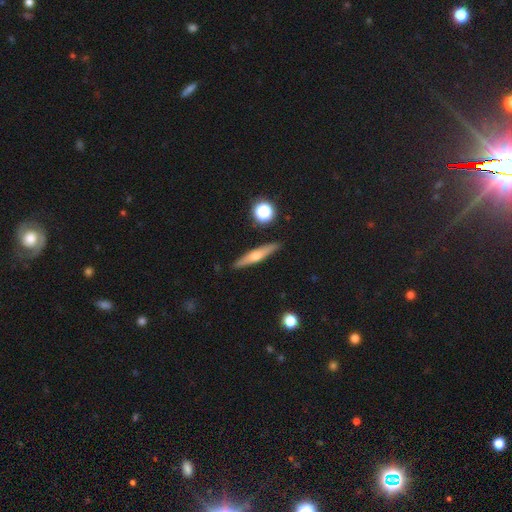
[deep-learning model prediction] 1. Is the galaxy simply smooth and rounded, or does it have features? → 56% featured or disk, 37% smooth, 8% star or artifact.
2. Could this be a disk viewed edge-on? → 95% yes, 5% no.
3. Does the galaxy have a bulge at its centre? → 88% rounded, 8% none, 4% boxy.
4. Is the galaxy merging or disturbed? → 90% none, 7% minor disturbance, 2% merger, 2% major disturbance.